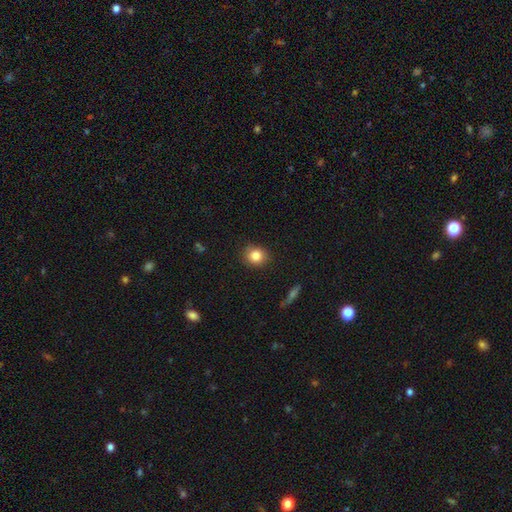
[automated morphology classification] A smooth galaxy with no disk features (84%) that is round (81%). Merging: none (87%).